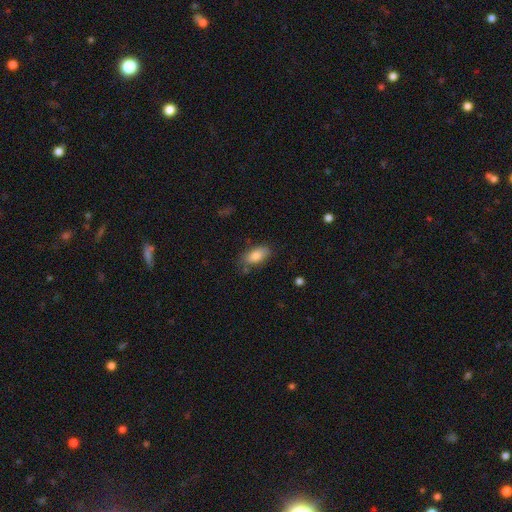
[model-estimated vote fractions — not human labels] smooth_or_featured: smooth (p=0.82) [alt: featured or disk p=0.11]
how_rounded: in between (p=0.89) [alt: cigar-shaped p=0.07]
merging: none (p=0.75) [alt: minor disturbance p=0.18]